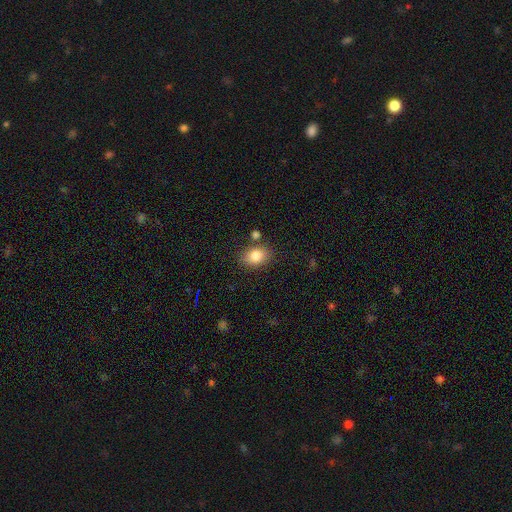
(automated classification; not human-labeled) The model was most divided on "how rounded": in between: 72%, round: 27%, cigar-shaped: 1%. More confident: smooth or featured — smooth (85%); merging — none (78%).